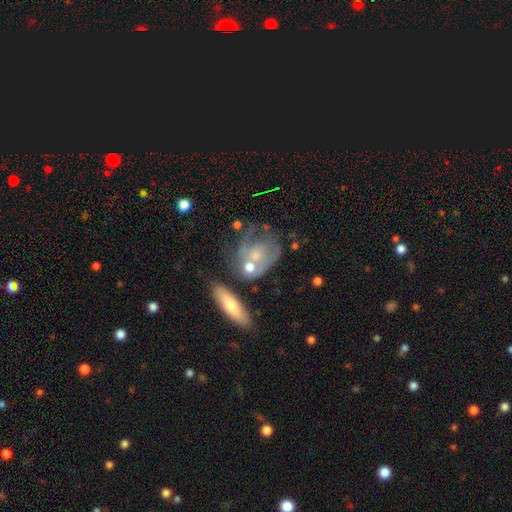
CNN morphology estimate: smooth_or_featured: featured or disk (p=0.58) [alt: smooth p=0.34]
disk_edge_on: no (p=0.93) [alt: yes p=0.07]
bar: no (p=0.79) [alt: weak p=0.18]
has_spiral_arms: yes (p=0.56) [alt: no p=0.44]
bulge_size: moderate (p=0.42) [alt: small p=0.41]
merging: none (p=0.34) [alt: major disturbance p=0.25]